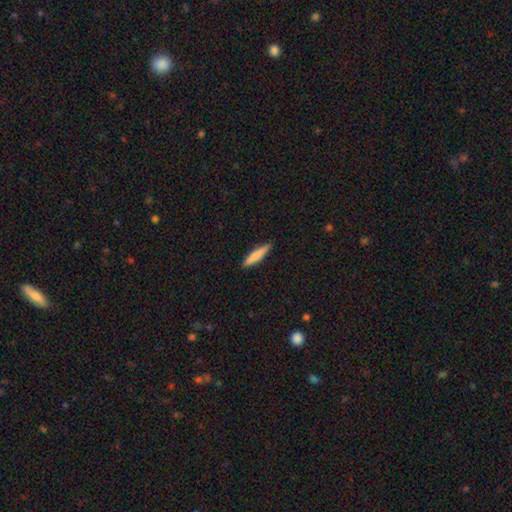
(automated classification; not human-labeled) Morphology: type=smooth (80%); roundness=cigar-shaped (88%); merging=none (90%).